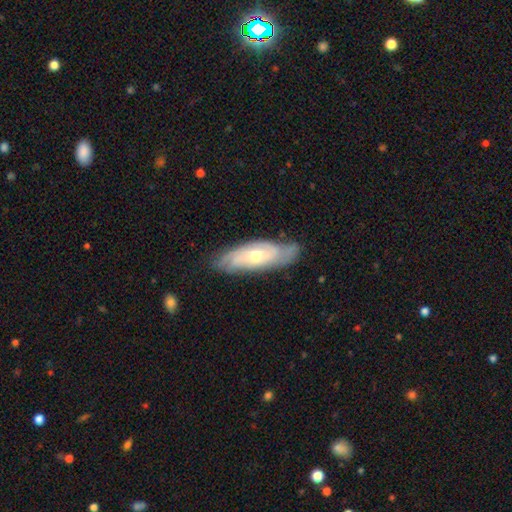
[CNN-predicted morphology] type=featured or disk (69%); edge-on=no (80%); bar=no (70%); spiral arms=yes (87%); bulge=moderate (58%); merging=none (75%).